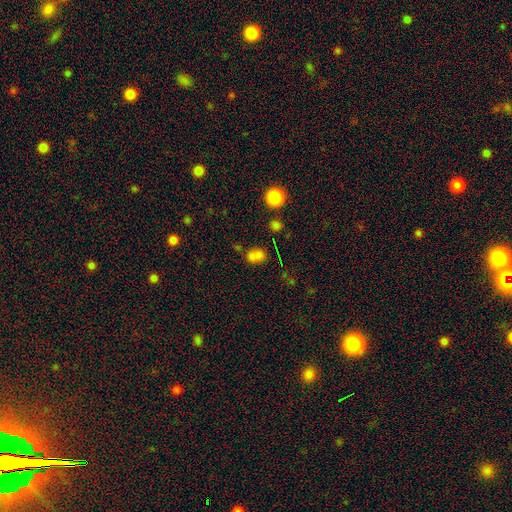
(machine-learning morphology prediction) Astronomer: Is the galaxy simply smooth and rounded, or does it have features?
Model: smooth — 71%.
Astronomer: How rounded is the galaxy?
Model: in between — 62%.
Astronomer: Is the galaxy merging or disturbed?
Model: none — 55%.